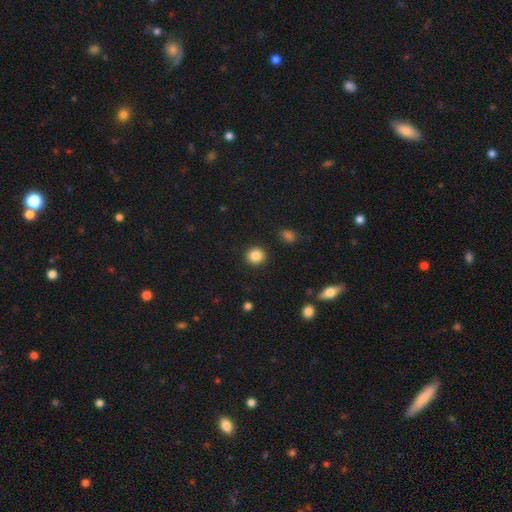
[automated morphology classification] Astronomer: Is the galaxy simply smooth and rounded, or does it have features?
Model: smooth — 86%.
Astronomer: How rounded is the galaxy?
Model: round — 87%.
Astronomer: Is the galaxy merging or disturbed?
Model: none — 91%.